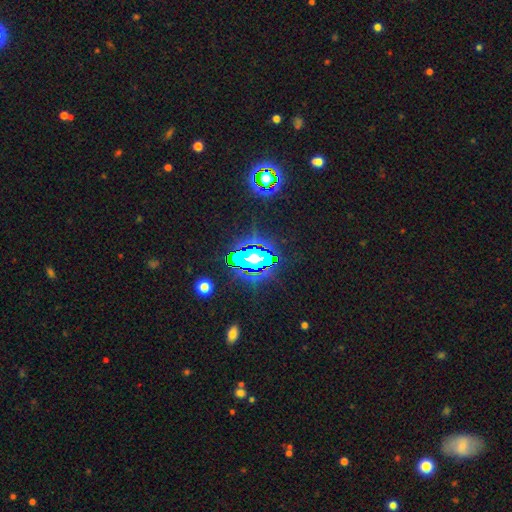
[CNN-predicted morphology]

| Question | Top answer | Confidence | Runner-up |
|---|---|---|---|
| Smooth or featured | star or artifact | 81% | smooth (11%) |